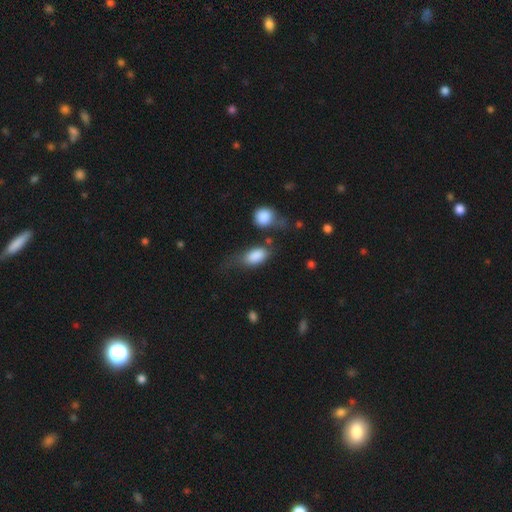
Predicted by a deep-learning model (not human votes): This appears to be a smooth galaxy with no disk features (83%) that is in between round and cigar-shaped (87%). Merging: none (38%).